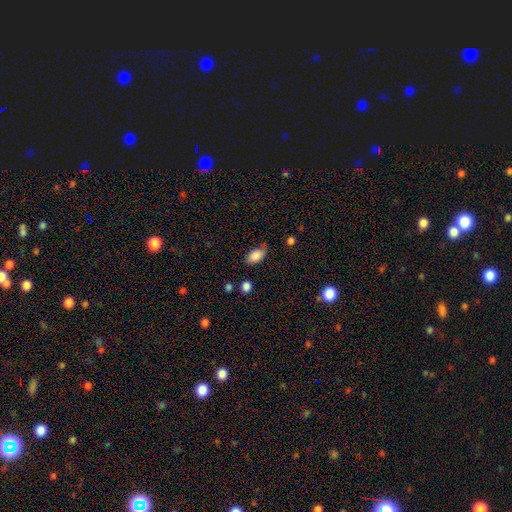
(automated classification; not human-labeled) This is clearly a smooth galaxy (86%). How rounded: clearly in between (92%). Merging: likely none (65%).